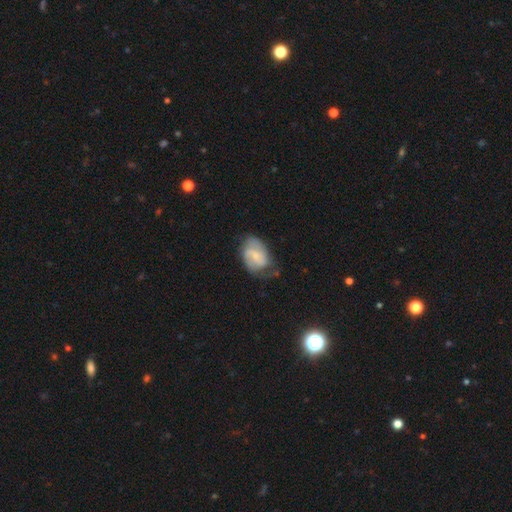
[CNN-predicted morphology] Q: Smooth or featured?
A: featured or disk (53%); runner-up: smooth (40%)
Q: Edge-on disk?
A: no (97%); runner-up: yes (3%)
Q: Bar?
A: weak (48%); runner-up: no (38%)
Q: Spiral arms?
A: yes (80%); runner-up: no (20%)
Q: Bulge size?
A: small (55%); runner-up: moderate (29%)
Q: Merging?
A: none (47%); runner-up: minor disturbance (33%)